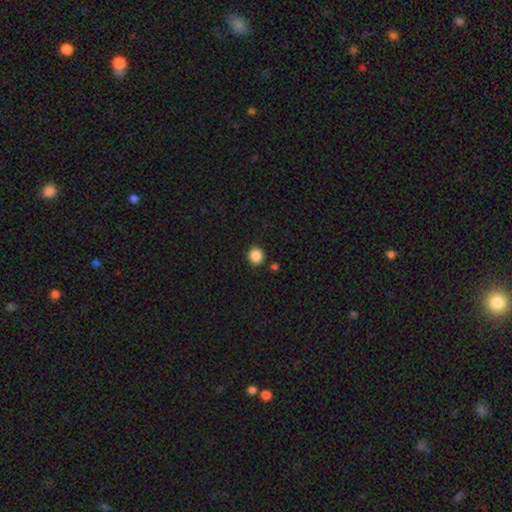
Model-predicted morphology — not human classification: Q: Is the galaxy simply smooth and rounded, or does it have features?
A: smooth — 87%.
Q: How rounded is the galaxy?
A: round — 88%.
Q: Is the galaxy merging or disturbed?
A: none — 88%.